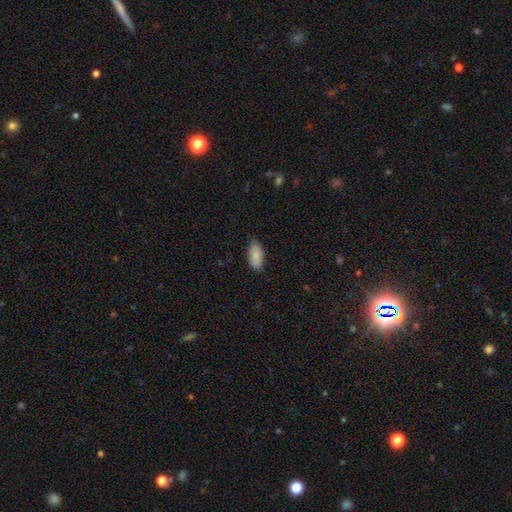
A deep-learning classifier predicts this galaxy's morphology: Smooth or featured? smooth (86%)
How rounded? in between (91%)
Merging? none (78%)